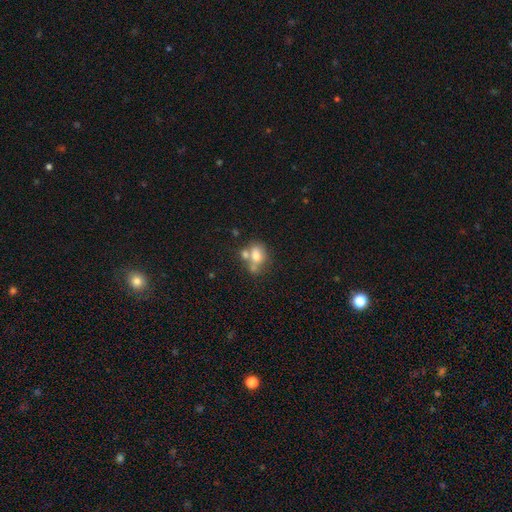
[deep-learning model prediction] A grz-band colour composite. It shows a smooth galaxy with no disk features (69%) that is in between round and cigar-shaped (60%). Merging: merger (43%).